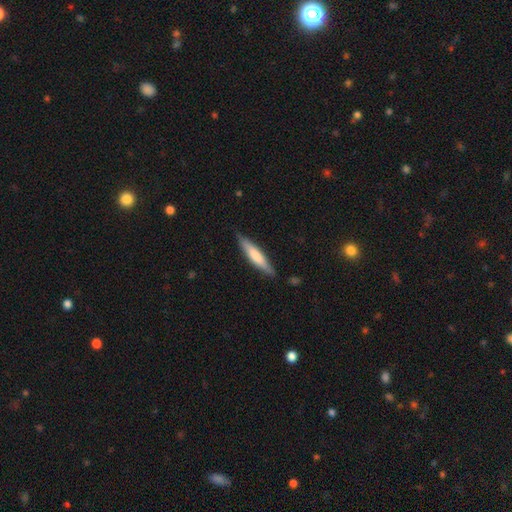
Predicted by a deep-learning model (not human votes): Smooth or featured? smooth (64%)
How rounded? cigar-shaped (85%)
Merging? none (84%)